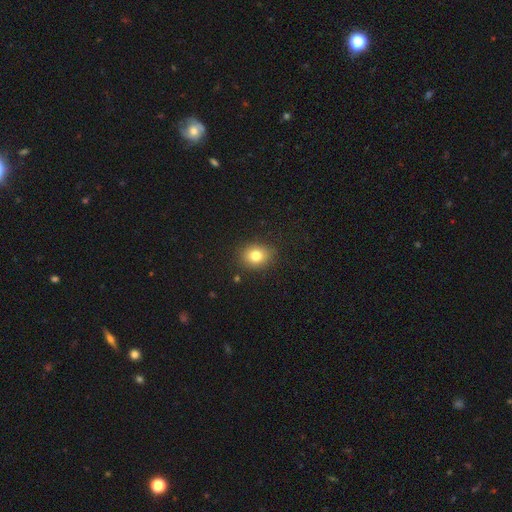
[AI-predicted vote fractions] Morphology: type=smooth (79%); roundness=round (59%); merging=none (86%).